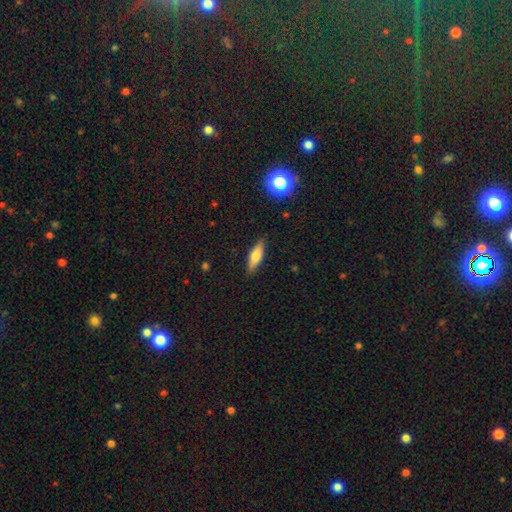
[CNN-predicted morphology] Smooth or featured?
  - smooth: 68% *
  - featured or disk: 25%
  - star or artifact: 7%
How rounded?
  - cigar-shaped: 51% *
  - in between: 47%
  - round: 2%
Merging?
  - none: 87% *
  - minor disturbance: 10%
  - major disturbance: 2%
  - merger: 1%